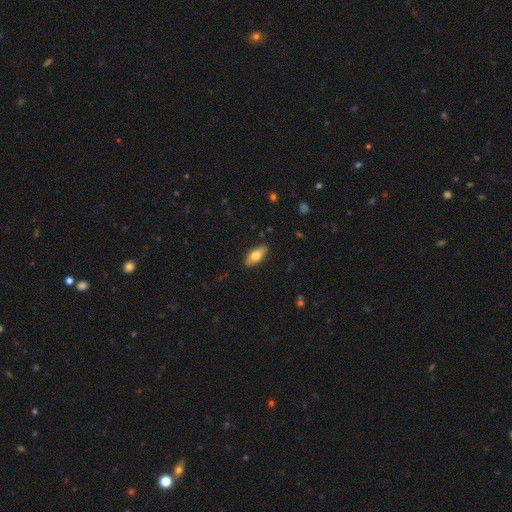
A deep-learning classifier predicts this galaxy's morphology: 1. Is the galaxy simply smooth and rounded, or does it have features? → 71% smooth, 23% featured or disk, 6% star or artifact.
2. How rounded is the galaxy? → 77% in between, 21% cigar-shaped, 2% round.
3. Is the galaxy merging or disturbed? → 87% none, 10% minor disturbance, 2% major disturbance, 1% merger.